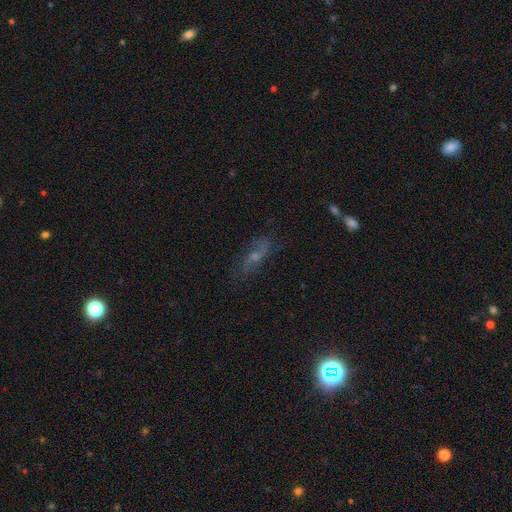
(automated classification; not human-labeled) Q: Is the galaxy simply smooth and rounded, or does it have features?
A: featured or disk — 59%.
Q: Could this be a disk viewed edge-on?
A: no — 75%.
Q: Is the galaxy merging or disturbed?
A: none — 70%.